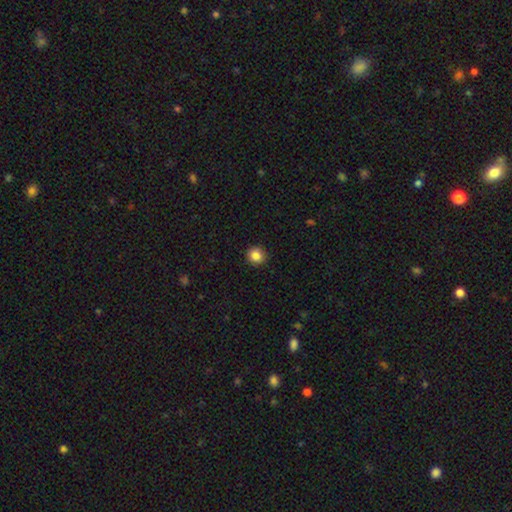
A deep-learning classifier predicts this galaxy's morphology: smooth-or-featured: smooth: 85% | star or artifact: 10% | featured or disk: 4%
  how-rounded: round: 90% | in between: 9% | cigar-shaped: 1%
  merging: none: 90% | minor disturbance: 7% | major disturbance: 2% | merger: 1%